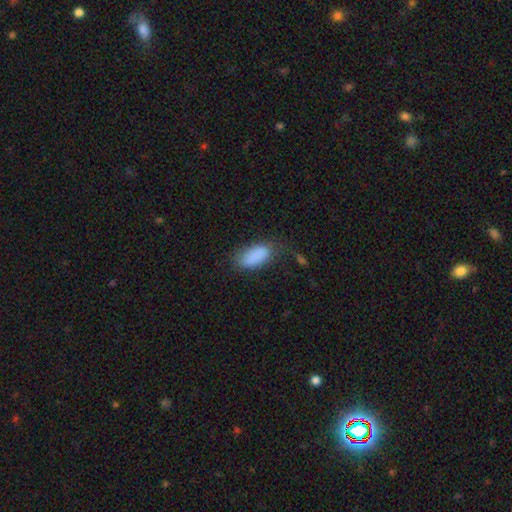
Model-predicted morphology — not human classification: smooth 86%, star or artifact 8%, featured or disk 7%. Down the decision tree: how rounded — in between (91%); merging — none (63%).